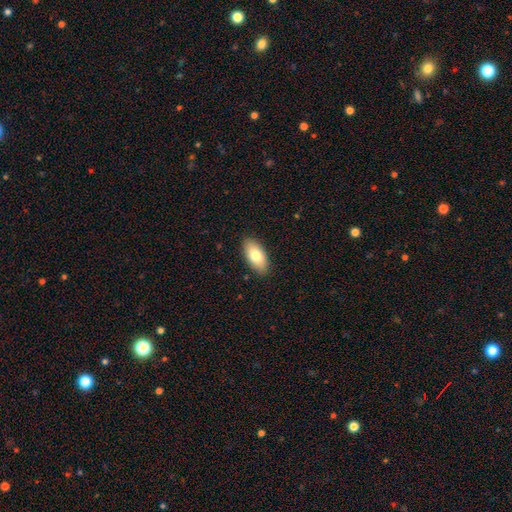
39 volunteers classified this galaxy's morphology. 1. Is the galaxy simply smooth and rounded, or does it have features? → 87% smooth, 13% featured or disk, 0% star or artifact.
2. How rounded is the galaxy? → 88% in between, 12% cigar-shaped, 0% round.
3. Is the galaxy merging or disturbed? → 90% none, 8% minor disturbance, 3% merger, 0% major disturbance.